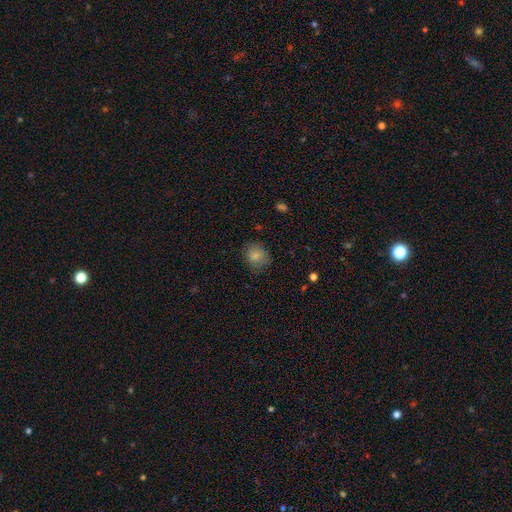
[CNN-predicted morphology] Smooth or featured? smooth (82%)
How rounded? round (69%)
Merging? none (75%)